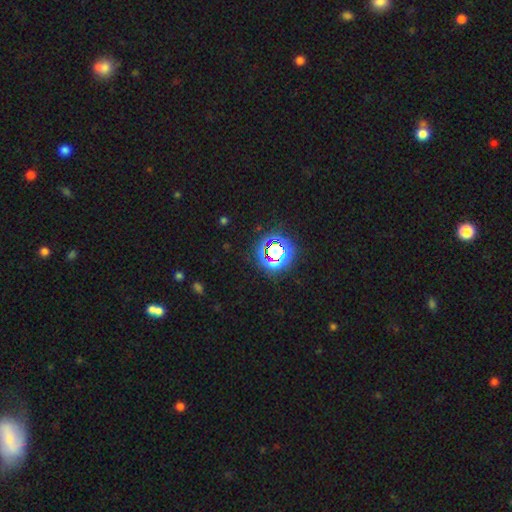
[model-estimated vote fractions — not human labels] star or artifact 77%, smooth 15%, featured or disk 7%.